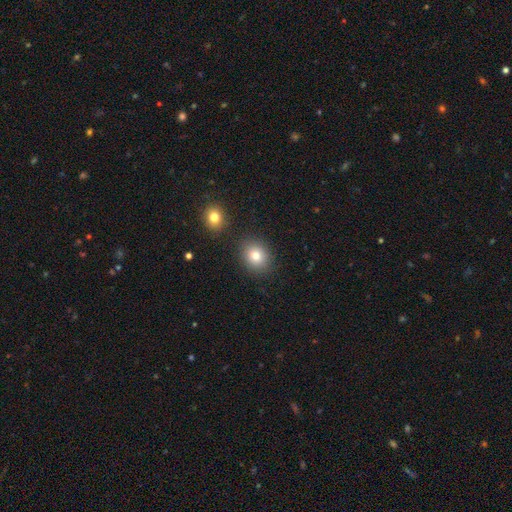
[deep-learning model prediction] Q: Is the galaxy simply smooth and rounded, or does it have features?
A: smooth — 82%.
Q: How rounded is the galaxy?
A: round — 66%.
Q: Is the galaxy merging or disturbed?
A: none — 84%.